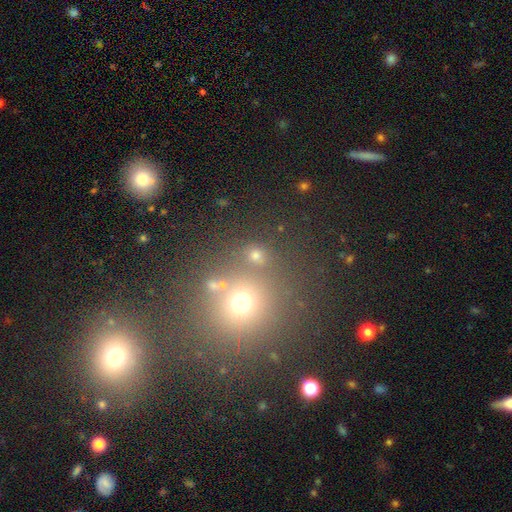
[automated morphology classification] Overall: smooth (56%; star or artifact 34%). How rounded: round (87%). Merging: none (73%).